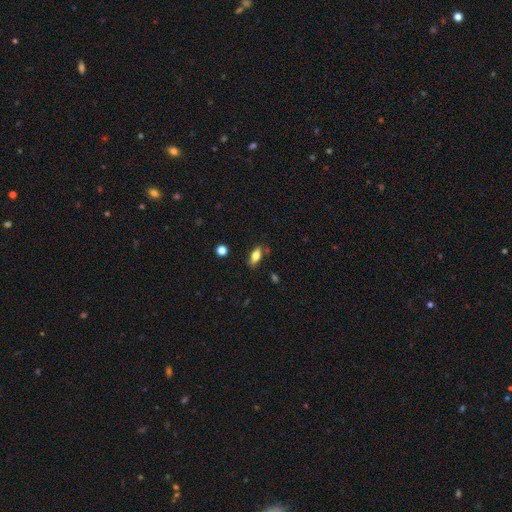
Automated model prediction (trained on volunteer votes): Q: Smooth or featured?
A: smooth (74%); runner-up: featured or disk (18%)
Q: How rounded?
A: in between (81%); runner-up: cigar-shaped (15%)
Q: Merging?
A: none (77%); runner-up: minor disturbance (15%)